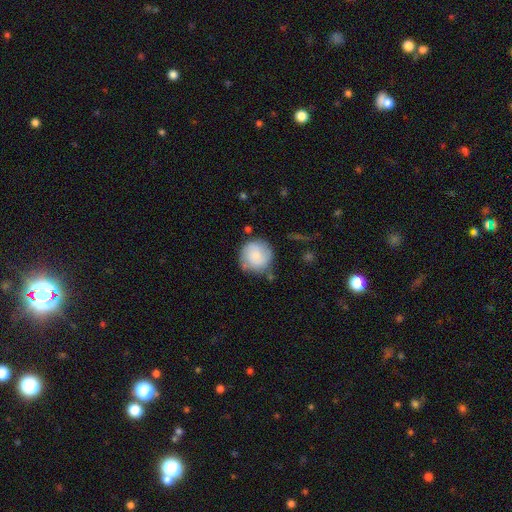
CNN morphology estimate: Smooth or featured: smooth — 73% (featured or disk — 20%)
How rounded: round — 92% (in between — 7%)
Merging: none — 70% (minor disturbance — 20%)